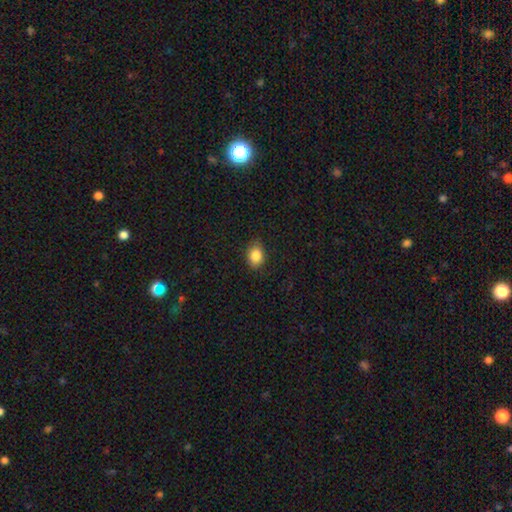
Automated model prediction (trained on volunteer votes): Overall: smooth (85%). How rounded: in between (65%; round 34%). Merging: none (83%).